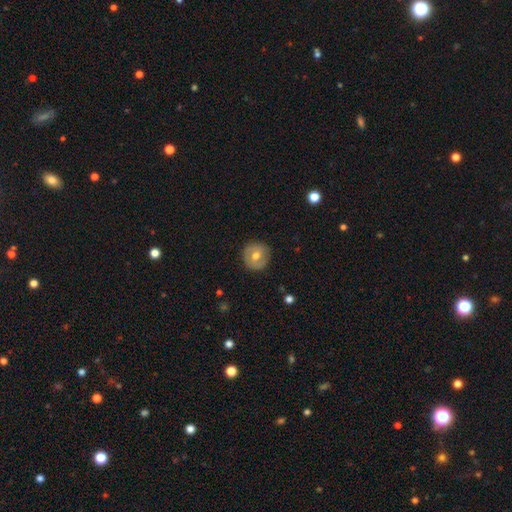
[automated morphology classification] Smooth or featured? smooth (59%)
How rounded? round (93%)
Merging? none (88%)